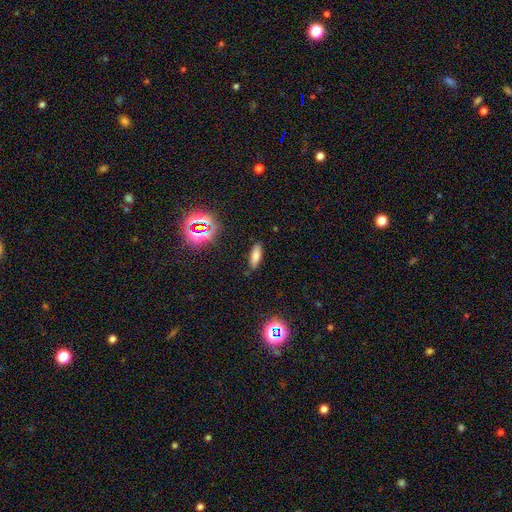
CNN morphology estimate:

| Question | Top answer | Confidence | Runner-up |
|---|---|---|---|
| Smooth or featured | smooth | 72% | star or artifact (16%) |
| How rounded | in between | 60% | cigar-shaped (37%) |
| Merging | none | 84% | minor disturbance (11%) |